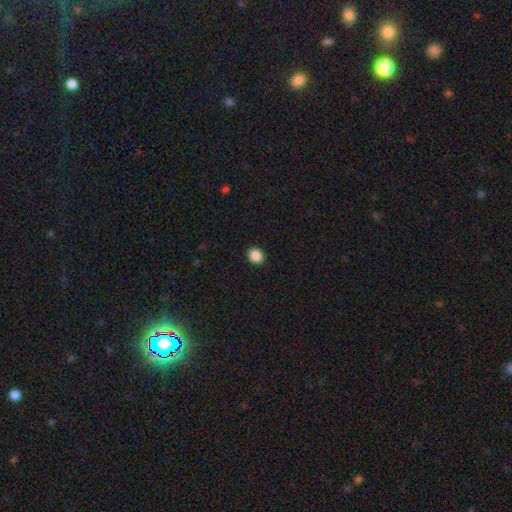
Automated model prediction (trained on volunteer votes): smooth-or-featured: smooth: 87% | star or artifact: 10% | featured or disk: 3%
  how-rounded: round: 72% | in between: 27% | cigar-shaped: 1%
  merging: none: 92% | minor disturbance: 5% | major disturbance: 2% | merger: 1%